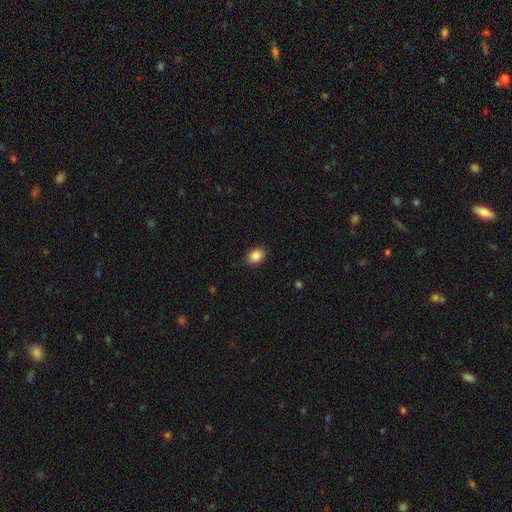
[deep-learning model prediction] Smooth or featured?
  - smooth: 88% *
  - star or artifact: 8%
  - featured or disk: 4%
How rounded?
  - in between: 68% *
  - round: 30%
  - cigar-shaped: 1%
Merging?
  - none: 87% *
  - minor disturbance: 10%
  - major disturbance: 2%
  - merger: 1%